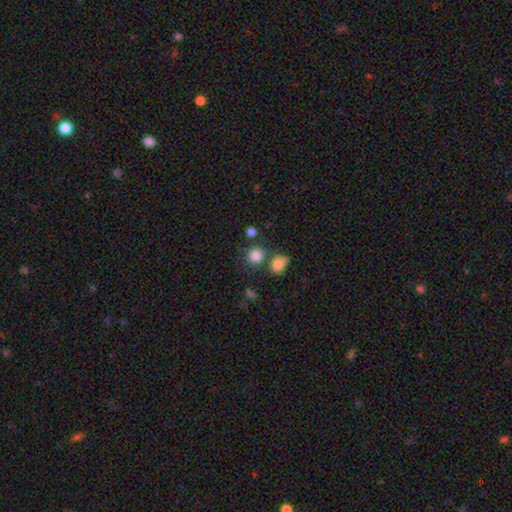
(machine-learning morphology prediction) Smooth or featured? Predicted: smooth (p=0.84). How rounded? Predicted: round (p=0.87). Merging? Predicted: none (p=0.70).